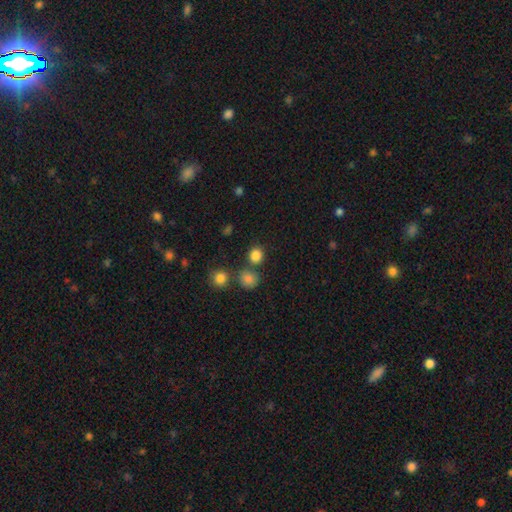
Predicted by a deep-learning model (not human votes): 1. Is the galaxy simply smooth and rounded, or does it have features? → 83% smooth, 13% star or artifact, 4% featured or disk.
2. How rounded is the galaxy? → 86% round, 13% in between, 1% cigar-shaped.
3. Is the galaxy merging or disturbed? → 75% none, 13% merger, 8% minor disturbance, 3% major disturbance.